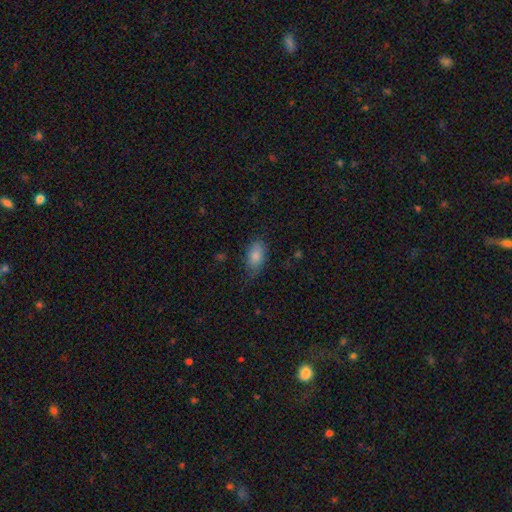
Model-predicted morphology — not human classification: Smooth or featured? smooth (84%)
How rounded? in between (92%)
Merging? none (63%)